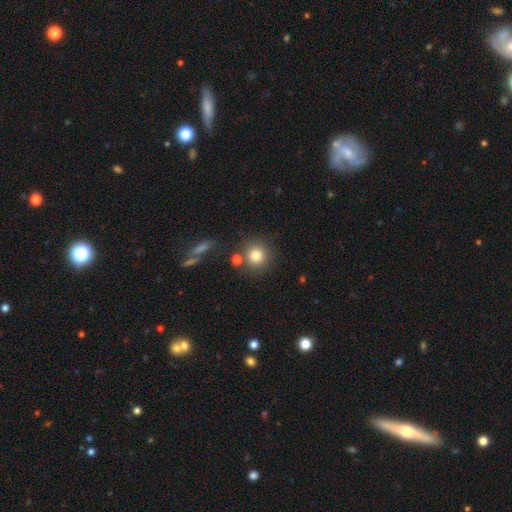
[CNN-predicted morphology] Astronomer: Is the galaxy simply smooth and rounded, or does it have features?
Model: smooth — 82%.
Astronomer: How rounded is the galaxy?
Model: round — 91%.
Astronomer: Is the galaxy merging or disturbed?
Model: none — 74%.